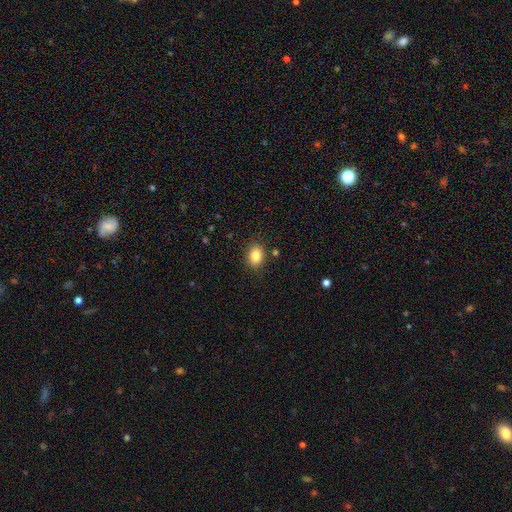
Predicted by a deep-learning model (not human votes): A smooth galaxy with no disk features (84%) that is in between round and cigar-shaped (65%). Merging: none (85%).